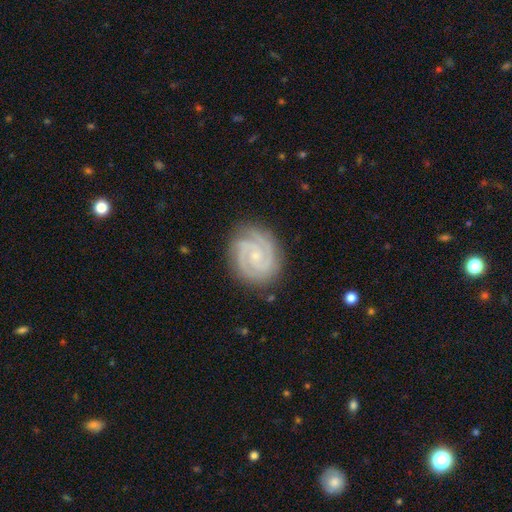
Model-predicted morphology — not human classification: Overall: featured or disk (92%). Edge-on disk: no (98%). Bar: no (67%). Spiral arms: yes (99%). Spiral arm count: 2 (64%). Spiral winding: tight (75%). Bulge size: small (79%). Merging: none (84%).